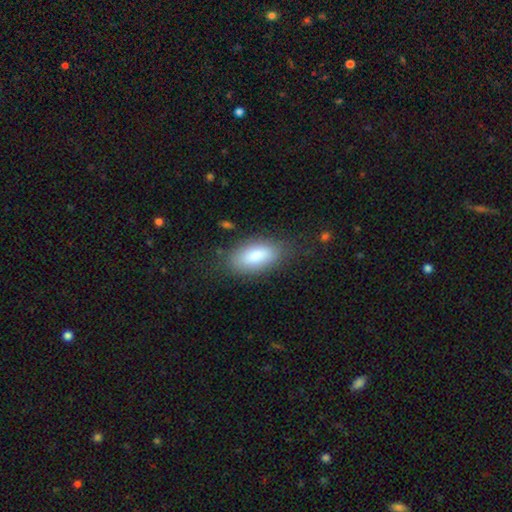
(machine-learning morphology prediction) A smooth galaxy with no disk features (84%) that is in between round and cigar-shaped (91%). Merging: none (75%).